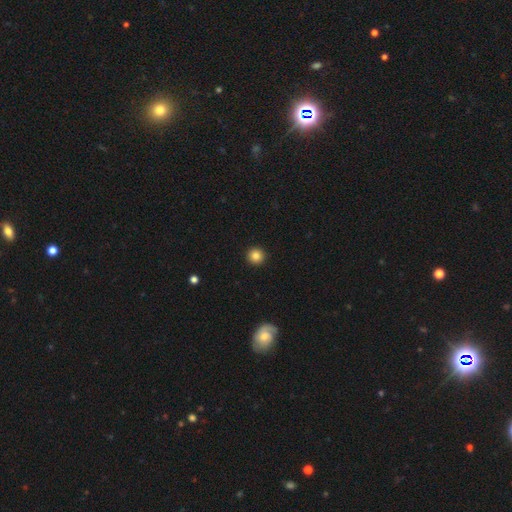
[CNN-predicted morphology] type=smooth (84%); roundness=round (96%); merging=none (94%).